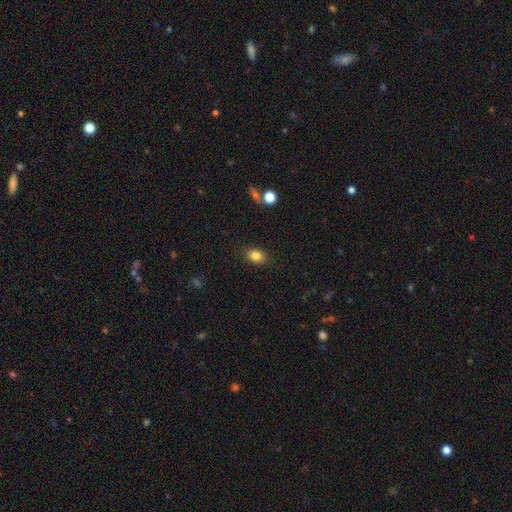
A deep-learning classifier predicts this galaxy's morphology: type=smooth (83%); roundness=in between (71%); merging=none (85%).